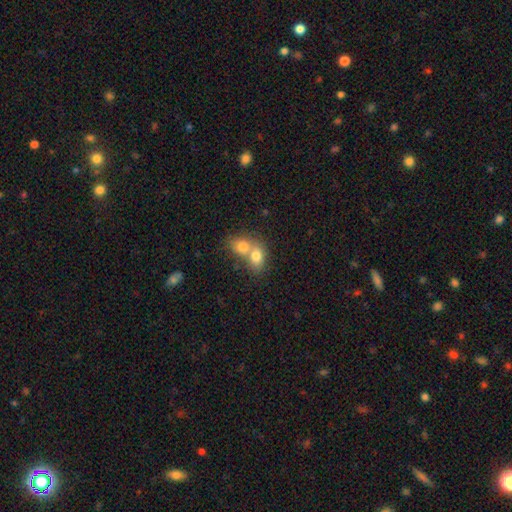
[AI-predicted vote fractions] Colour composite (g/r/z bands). It shows a smooth galaxy with no disk features (75%) that is in between round and cigar-shaped (63%). Merging: merger (72%).